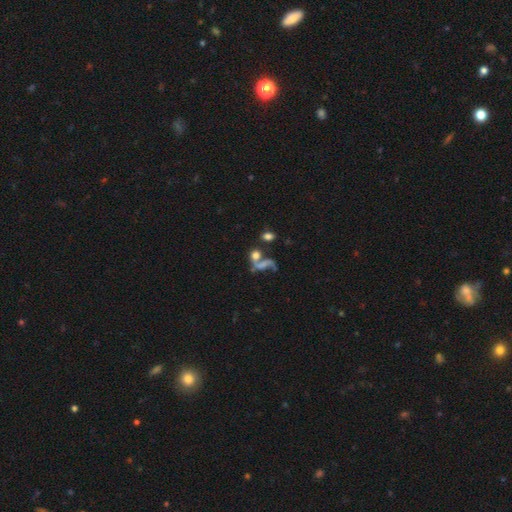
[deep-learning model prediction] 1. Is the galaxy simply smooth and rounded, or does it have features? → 51% smooth, 33% featured or disk, 16% star or artifact.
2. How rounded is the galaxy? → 54% round, 40% in between, 6% cigar-shaped.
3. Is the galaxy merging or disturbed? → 37% merger, 36% none, 15% major disturbance, 12% minor disturbance.